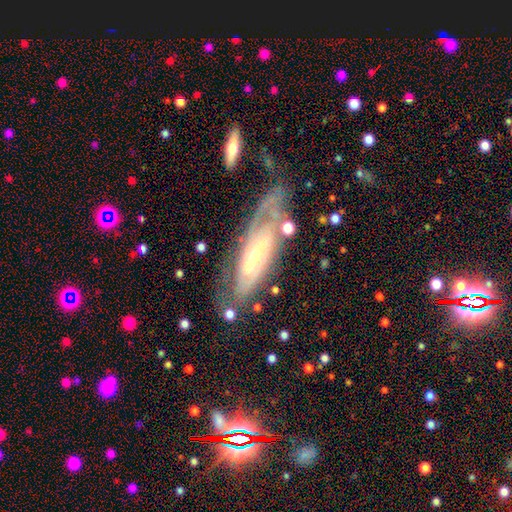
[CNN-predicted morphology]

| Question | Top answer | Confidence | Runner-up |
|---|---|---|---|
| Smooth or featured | featured or disk | 79% | smooth (14%) |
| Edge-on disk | no | 83% | yes (17%) |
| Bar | no | 69% | weak (22%) |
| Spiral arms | yes | 83% | no (17%) |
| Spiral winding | tight | 70% | medium (23%) |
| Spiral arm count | can't tell | 59% | 2 (23%) |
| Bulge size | small | 60% | moderate (35%) |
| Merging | none | 64% | minor disturbance (20%) |